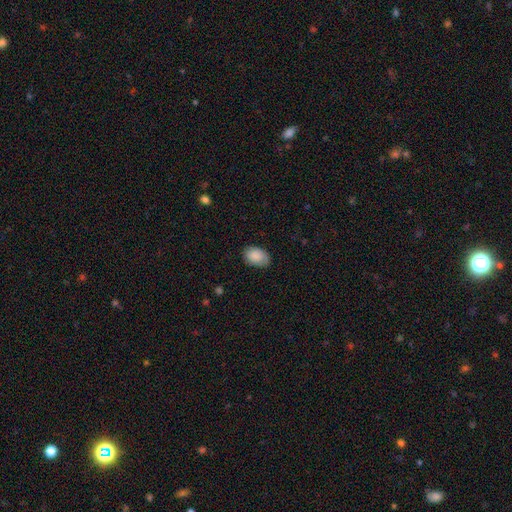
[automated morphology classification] smooth_or_featured: smooth (p=0.89) [alt: star or artifact p=0.06]
how_rounded: in between (p=0.87) [alt: round p=0.12]
merging: none (p=0.80) [alt: minor disturbance p=0.16]